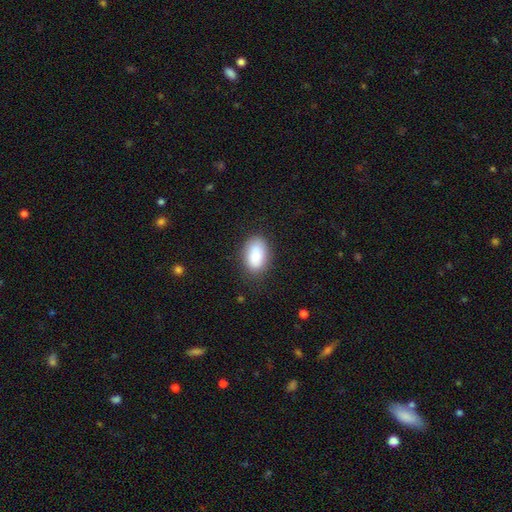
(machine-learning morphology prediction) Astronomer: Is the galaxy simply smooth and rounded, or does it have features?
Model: smooth — 86%.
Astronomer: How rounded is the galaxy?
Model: in between — 91%.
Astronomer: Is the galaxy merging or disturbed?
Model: none — 81%.